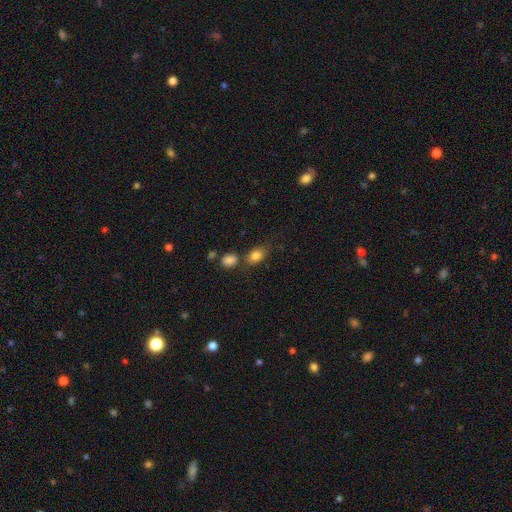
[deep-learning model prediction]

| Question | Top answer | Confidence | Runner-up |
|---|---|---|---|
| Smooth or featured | smooth | 83% | star or artifact (9%) |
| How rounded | in between | 81% | round (17%) |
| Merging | none | 62% | merger (16%) |